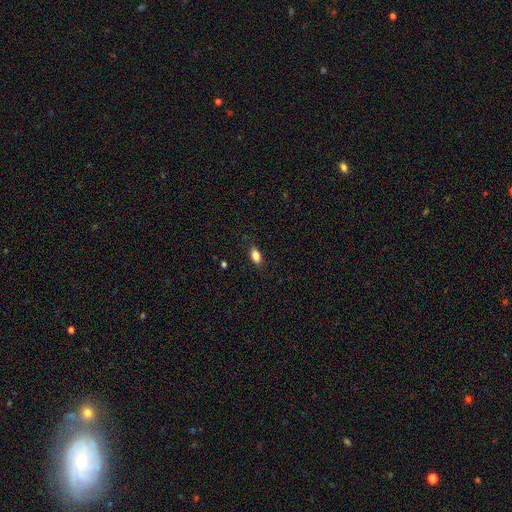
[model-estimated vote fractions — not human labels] Morphology: type=smooth (85%); roundness=in between (88%); merging=none (86%).